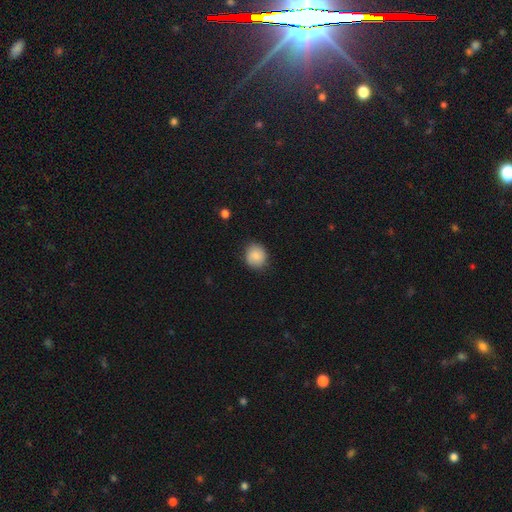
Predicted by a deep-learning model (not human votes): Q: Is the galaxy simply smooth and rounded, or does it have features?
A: smooth — 85%.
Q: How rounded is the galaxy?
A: round — 82%.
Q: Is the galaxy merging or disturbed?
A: none — 83%.